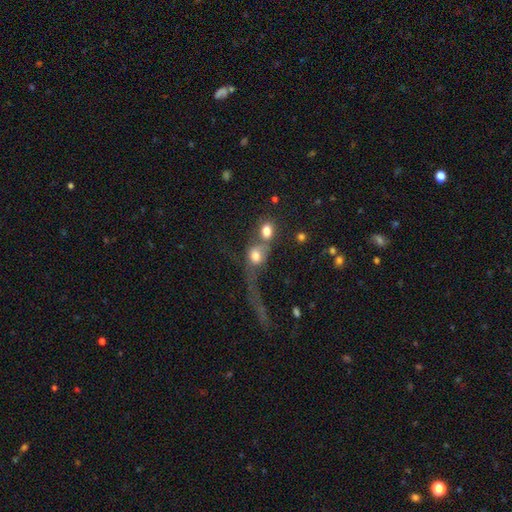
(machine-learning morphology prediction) type=smooth (68%); roundness=round (54%); merging=merger (57%).